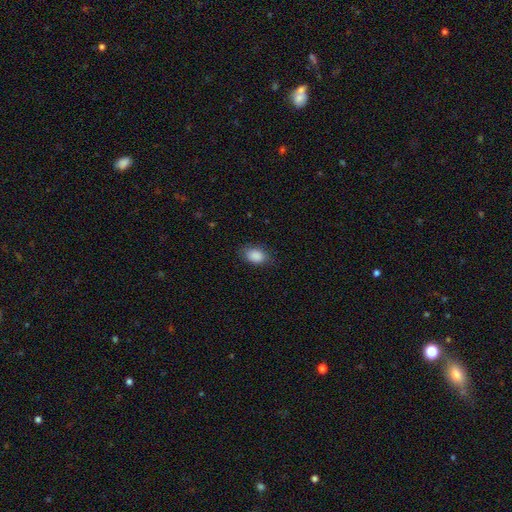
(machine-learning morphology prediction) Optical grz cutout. It shows a smooth galaxy with no disk features (89%) that is in between round and cigar-shaped (85%). Merging: none (79%).